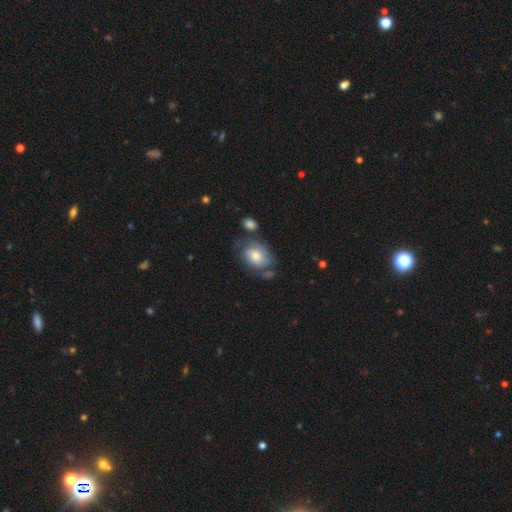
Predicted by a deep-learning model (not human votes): Overall: smooth (52%; featured or disk 41%). How rounded: in between (65%; round 34%). Merging: none (47%; minor disturbance 26%).